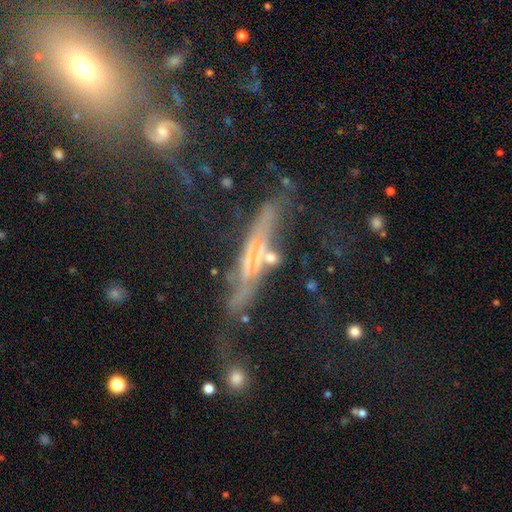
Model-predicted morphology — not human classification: This appears to be a featured or disk galaxy (55%) viewed edge-on (70%). Merging: none (56%).